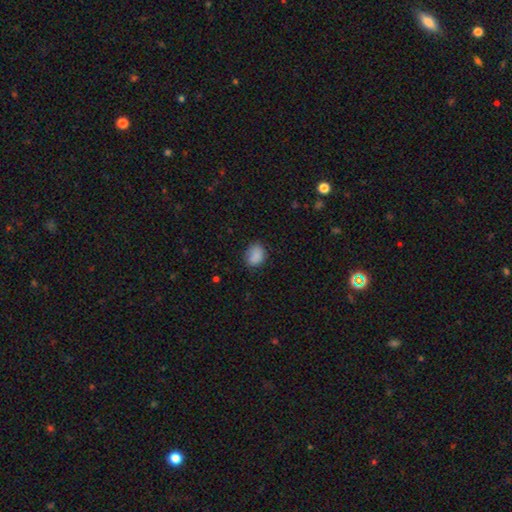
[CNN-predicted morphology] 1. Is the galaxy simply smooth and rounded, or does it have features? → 86% smooth, 9% star or artifact, 4% featured or disk.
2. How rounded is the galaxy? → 64% in between, 35% round, 1% cigar-shaped.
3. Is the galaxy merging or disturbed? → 74% none, 20% minor disturbance, 4% major disturbance, 1% merger.